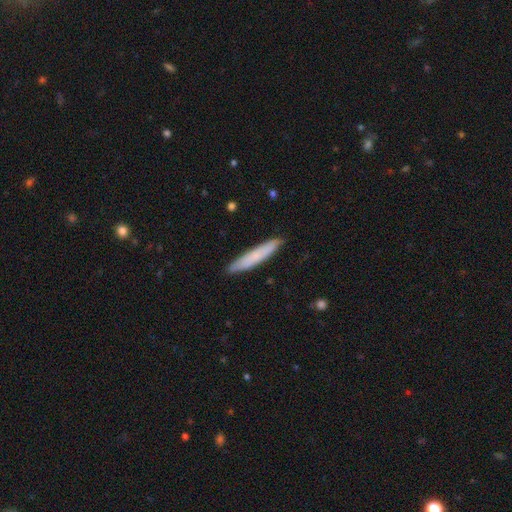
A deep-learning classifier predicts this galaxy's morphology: Smooth or featured? Predicted: smooth (p=0.70). How rounded? Predicted: cigar-shaped (p=0.92). Merging? Predicted: none (p=0.88).